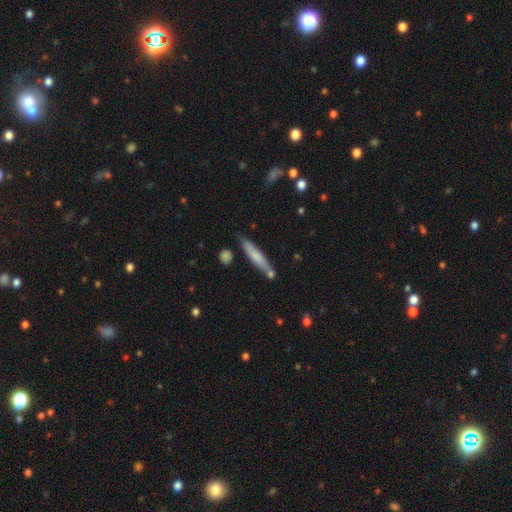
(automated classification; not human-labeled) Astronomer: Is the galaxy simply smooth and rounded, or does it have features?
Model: smooth — 64%.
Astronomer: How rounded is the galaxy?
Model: cigar-shaped — 89%.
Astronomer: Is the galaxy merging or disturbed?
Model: none — 74%.